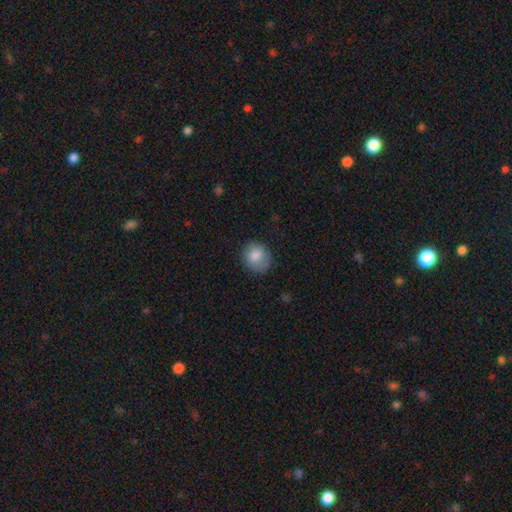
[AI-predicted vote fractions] smooth 82%, featured or disk 10%, star or artifact 8%. Down the decision tree: how rounded — round (75%); merging — none (72%).